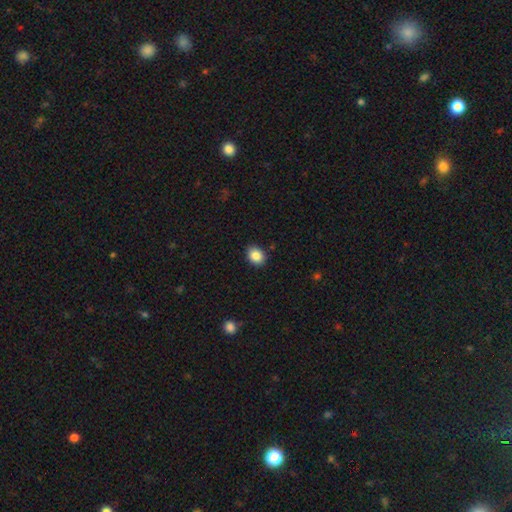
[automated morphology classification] smooth 86%, star or artifact 9%, featured or disk 5%. Down the decision tree: how rounded — round (53%); merging — none (88%).